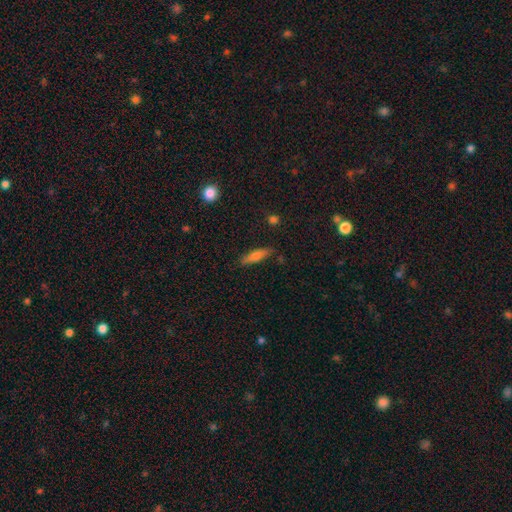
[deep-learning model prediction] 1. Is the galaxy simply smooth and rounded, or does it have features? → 66% smooth, 26% featured or disk, 8% star or artifact.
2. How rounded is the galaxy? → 69% cigar-shaped, 29% in between, 2% round.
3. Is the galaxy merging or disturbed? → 83% none, 12% minor disturbance, 3% major disturbance, 2% merger.